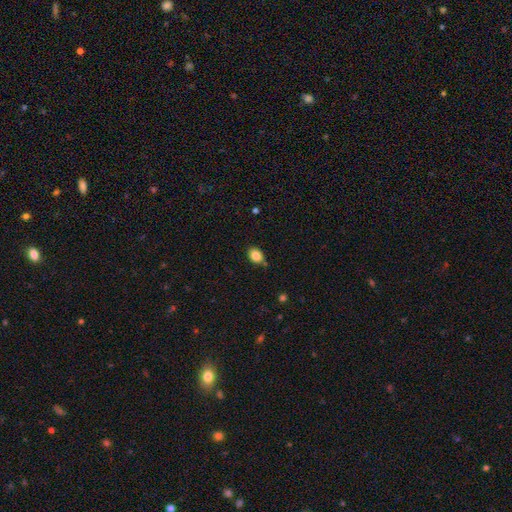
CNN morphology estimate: A smooth galaxy with no disk features (85%) that is in between round and cigar-shaped (66%).

Vote fractions:
- Smooth or featured? smooth: 85% / star or artifact: 9% / featured or disk: 6%
- How rounded? in between: 66% / round: 33% / cigar-shaped: 1%
- Merging? none: 77% / minor disturbance: 15% / merger: 5% / major disturbance: 3%